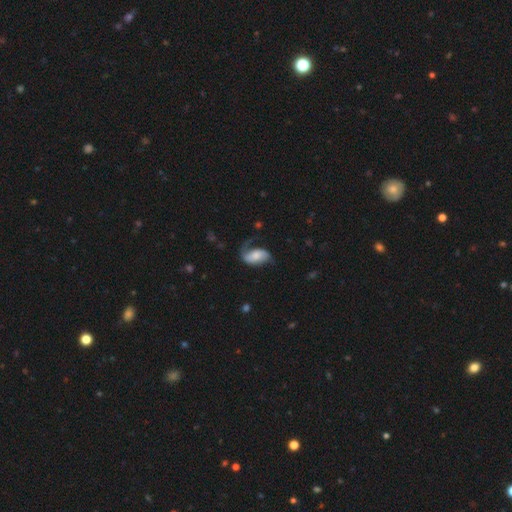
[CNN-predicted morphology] Smooth or featured? Predicted: featured or disk (p=0.55). Edge-on disk? Predicted: no (p=0.96). Bar? Predicted: no (p=0.53). Spiral arms? Predicted: yes (p=0.88). Bulge size? Predicted: moderate (p=0.33). Merging? Predicted: none (p=0.41).